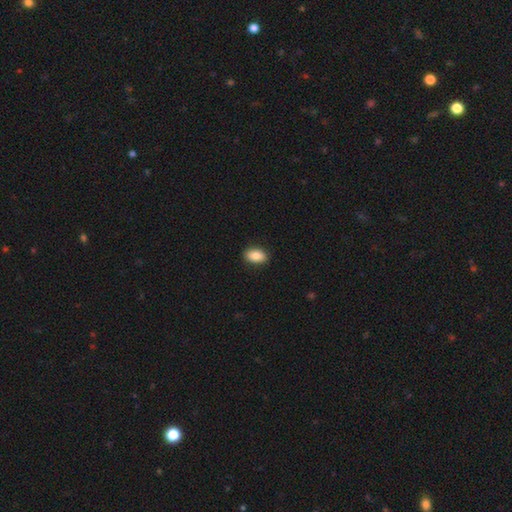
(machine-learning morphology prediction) smooth-or-featured: smooth: 87% | star or artifact: 7% | featured or disk: 6%
  how-rounded: in between: 90% | round: 8% | cigar-shaped: 2%
  merging: none: 90% | minor disturbance: 8% | major disturbance: 2% | merger: 1%